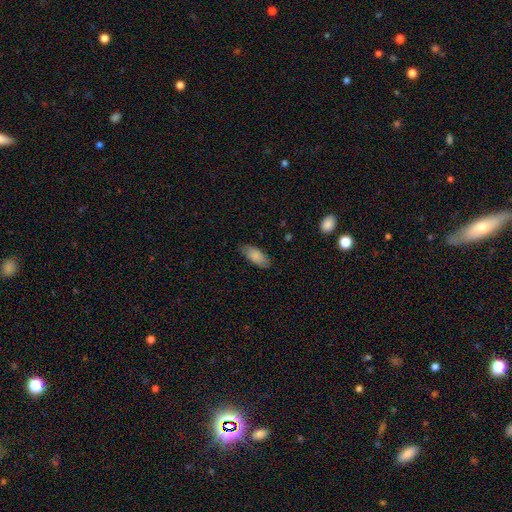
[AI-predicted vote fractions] Smooth or featured? Predicted: smooth (p=0.84). How rounded? Predicted: in between (p=0.86). Merging? Predicted: none (p=0.80).